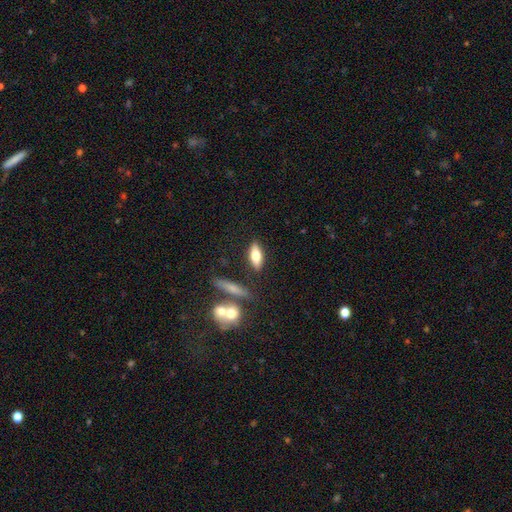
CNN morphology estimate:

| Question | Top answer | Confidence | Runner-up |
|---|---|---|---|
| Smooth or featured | smooth | 65% | featured or disk (28%) |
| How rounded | in between | 69% | cigar-shaped (28%) |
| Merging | none | 80% | minor disturbance (11%) |